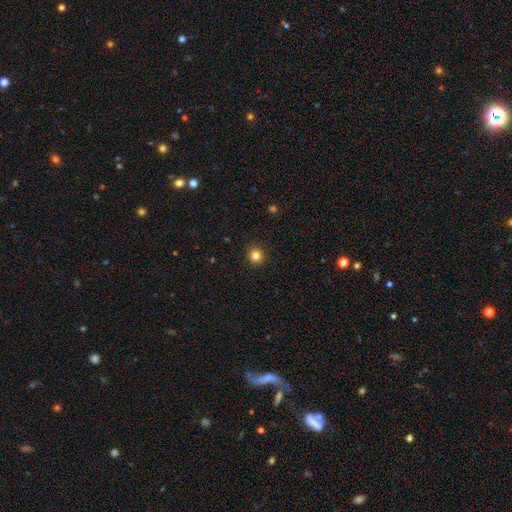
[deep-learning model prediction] Smooth or featured: smooth — 82% (star or artifact — 13%)
How rounded: round — 94% (in between — 5%)
Merging: none — 92% (minor disturbance — 5%)